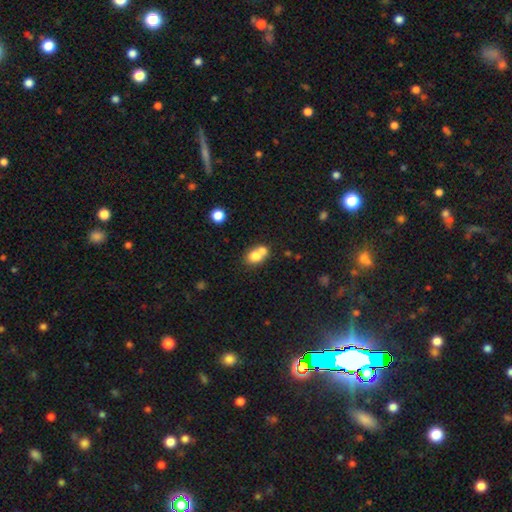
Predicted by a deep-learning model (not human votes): A smooth galaxy with no disk features (75%) that is round (56%). Merging: merger (56%).